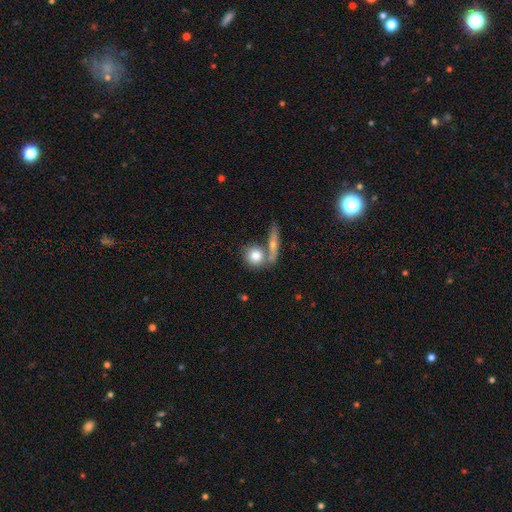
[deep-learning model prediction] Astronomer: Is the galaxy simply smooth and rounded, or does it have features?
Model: smooth — 76%.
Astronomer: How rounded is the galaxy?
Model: round — 76%.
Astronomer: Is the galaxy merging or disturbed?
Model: none — 49% (runner-up: merger, 35%).